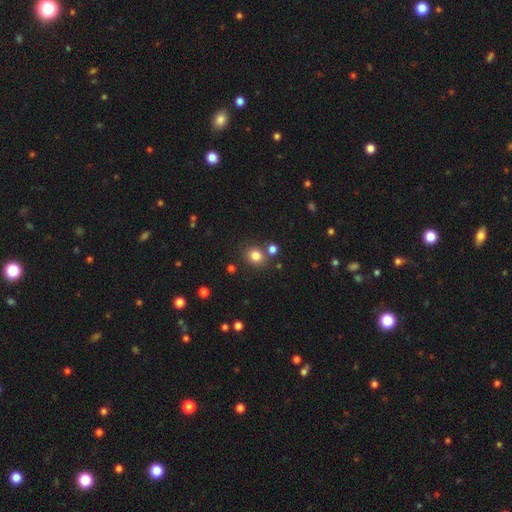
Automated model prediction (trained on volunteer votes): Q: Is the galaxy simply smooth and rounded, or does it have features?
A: smooth — 81%.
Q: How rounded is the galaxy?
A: round — 73%.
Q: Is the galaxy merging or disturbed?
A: none — 76%.